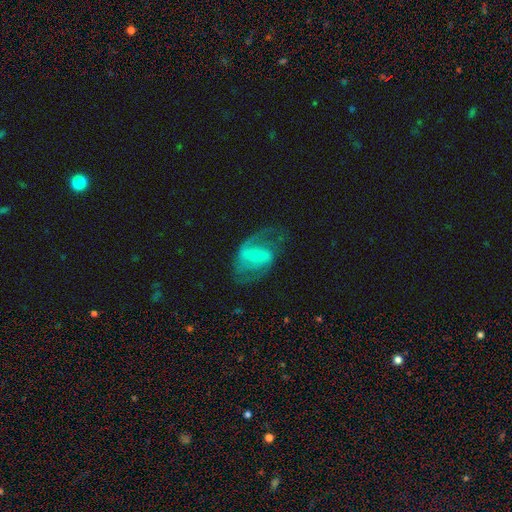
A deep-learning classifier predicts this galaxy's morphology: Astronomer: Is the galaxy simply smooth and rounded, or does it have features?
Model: featured or disk — 82%.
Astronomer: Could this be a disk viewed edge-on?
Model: no — 97%.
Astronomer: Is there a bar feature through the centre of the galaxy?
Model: weak — 44% (runner-up: strong, 41%).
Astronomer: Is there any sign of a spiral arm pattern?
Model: yes — 92%.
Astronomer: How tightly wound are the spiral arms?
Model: medium — 52% (runner-up: loose, 33%).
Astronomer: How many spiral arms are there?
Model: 2 — 87%.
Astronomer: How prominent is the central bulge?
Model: small — 54%.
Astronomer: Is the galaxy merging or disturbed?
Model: none — 64%.